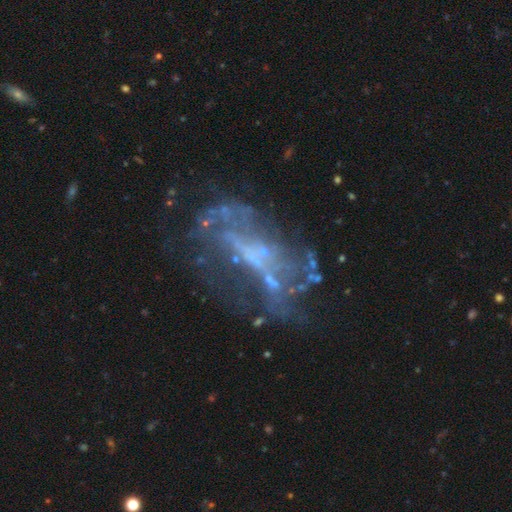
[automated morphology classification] A featured or disk galaxy (71%) with no bar (55%), no spiral arms (57%) and no central bulge (48%). Merging: none (45%).